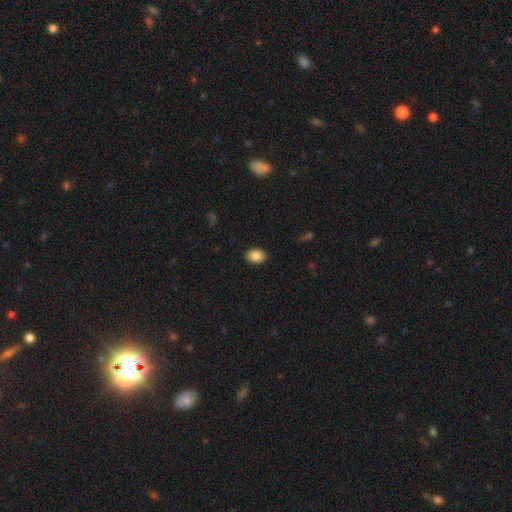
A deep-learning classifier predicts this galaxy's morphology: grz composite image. It shows a smooth galaxy with no disk features (87%) that is in between round and cigar-shaped (82%). Merging: none (89%).